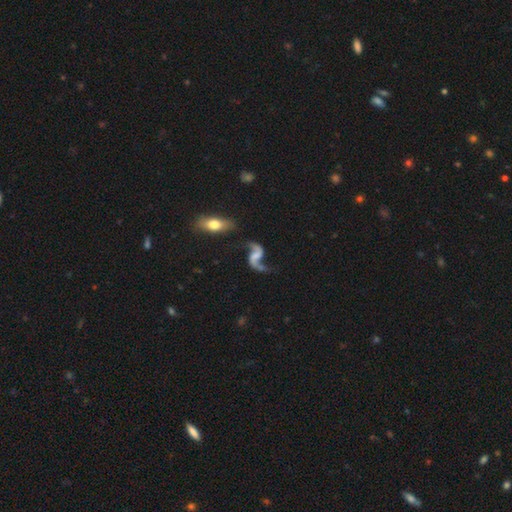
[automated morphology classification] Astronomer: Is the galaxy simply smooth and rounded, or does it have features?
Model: featured or disk — 90%.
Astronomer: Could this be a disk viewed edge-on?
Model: no — 97%.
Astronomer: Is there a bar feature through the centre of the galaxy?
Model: no — 46% (runner-up: weak, 40%).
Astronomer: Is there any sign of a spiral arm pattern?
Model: yes — 96%.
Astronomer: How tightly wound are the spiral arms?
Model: loose — 86%.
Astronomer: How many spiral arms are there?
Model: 2 — 93%.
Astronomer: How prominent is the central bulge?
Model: none — 51%.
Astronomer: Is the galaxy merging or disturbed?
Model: none — 66%.